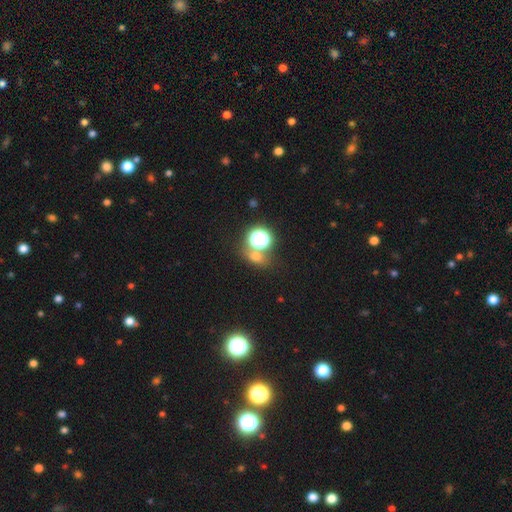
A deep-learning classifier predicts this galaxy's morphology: Smooth or featured? Predicted: smooth (p=0.55). How rounded? Predicted: round (p=0.61). Merging? Predicted: none (p=0.63).